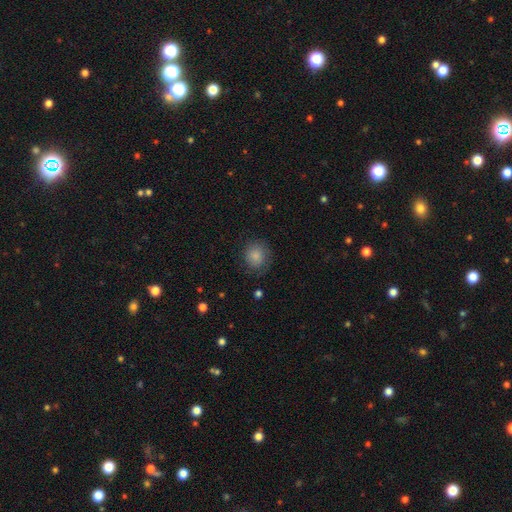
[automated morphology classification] Smooth or featured: smooth — 83% (featured or disk — 9%)
How rounded: round — 82% (in between — 18%)
Merging: none — 74% (minor disturbance — 18%)